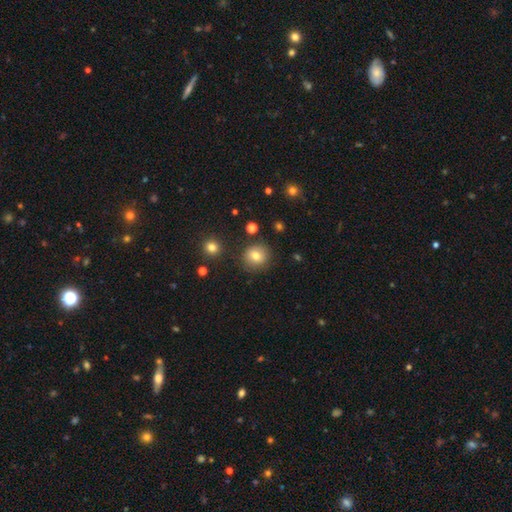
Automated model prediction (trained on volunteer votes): Smooth or featured? Predicted: smooth (p=0.77). How rounded? Predicted: round (p=0.89). Merging? Predicted: none (p=0.85).